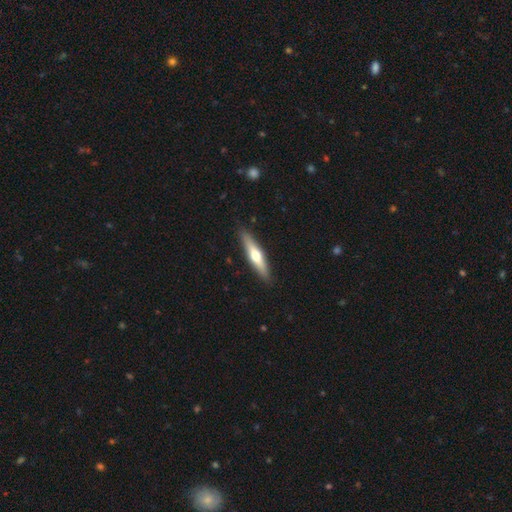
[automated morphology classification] type=featured or disk (49%); merging=none (89%).